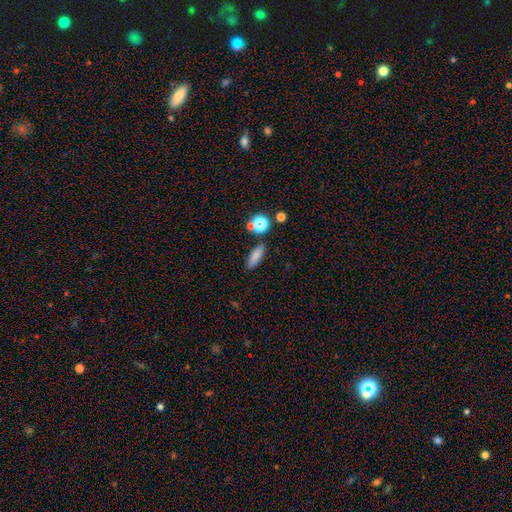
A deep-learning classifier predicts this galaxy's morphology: This appears to be a smooth galaxy with no disk features (77%) that is in between round and cigar-shaped (55%). Merging: none (80%).